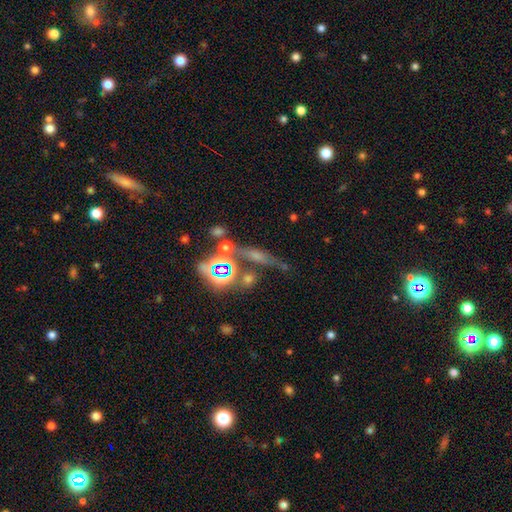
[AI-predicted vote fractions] Overall: star or artifact (37%; smooth 36%).